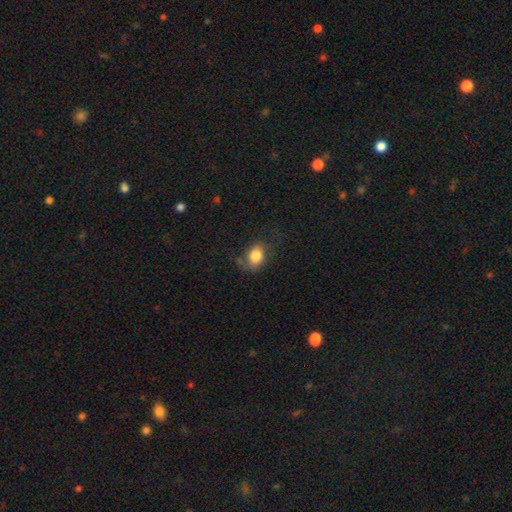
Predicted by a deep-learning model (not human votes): smooth_or_featured: smooth (p=0.77) [alt: featured or disk p=0.15]
how_rounded: in between (p=0.59) [alt: round p=0.39]
merging: none (p=0.54) [alt: minor disturbance p=0.27]